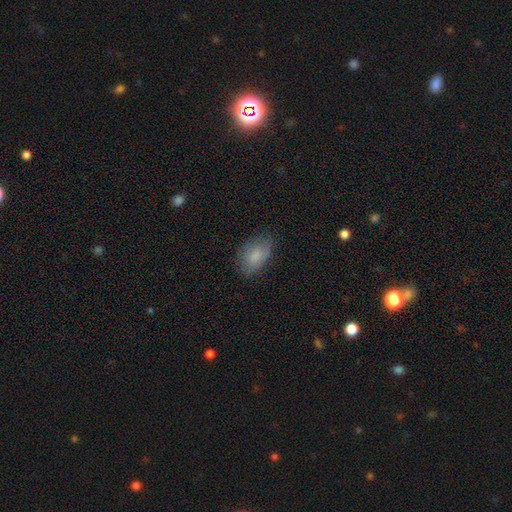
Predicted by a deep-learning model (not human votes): Smooth or featured? Predicted: smooth (p=0.77). How rounded? Predicted: in between (p=0.89). Merging? Predicted: none (p=0.68).